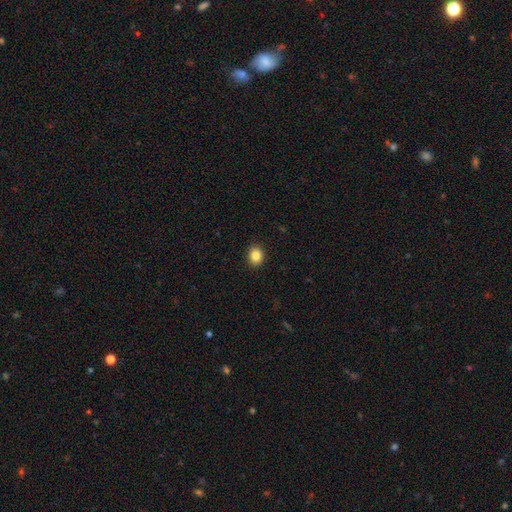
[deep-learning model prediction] A smooth galaxy with no disk features (86%) that is round (57%). Merging: none (91%).